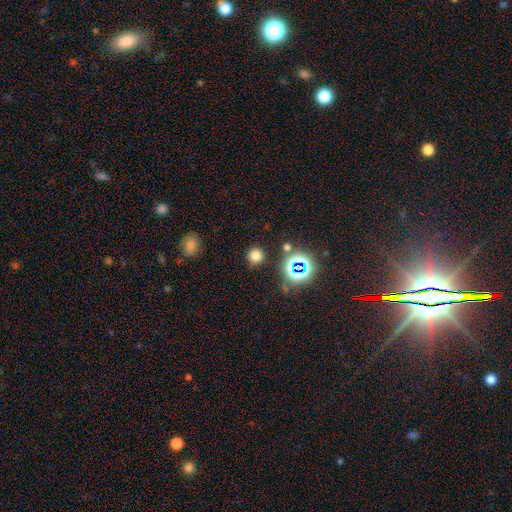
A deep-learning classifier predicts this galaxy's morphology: smooth 71%, star or artifact 23%, featured or disk 6%. Down the decision tree: how rounded — round (92%); merging — none (86%).